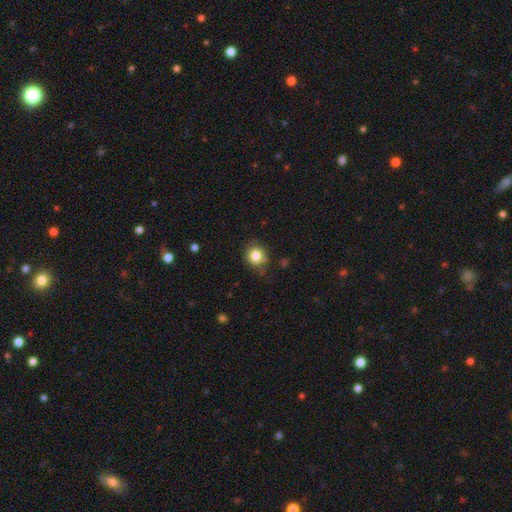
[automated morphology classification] Q: Smooth or featured?
A: smooth (83%); runner-up: star or artifact (11%)
Q: How rounded?
A: round (82%); runner-up: in between (17%)
Q: Merging?
A: none (79%); runner-up: minor disturbance (16%)